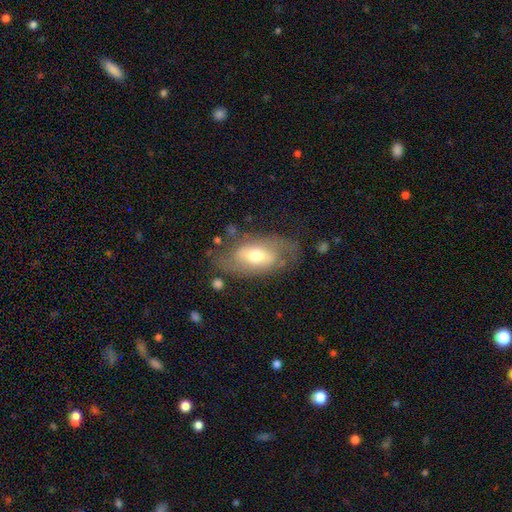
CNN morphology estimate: Smooth or featured? Predicted: featured or disk (p=0.53). Edge-on disk? Predicted: no (p=0.88). Merging? Predicted: none (p=0.64).